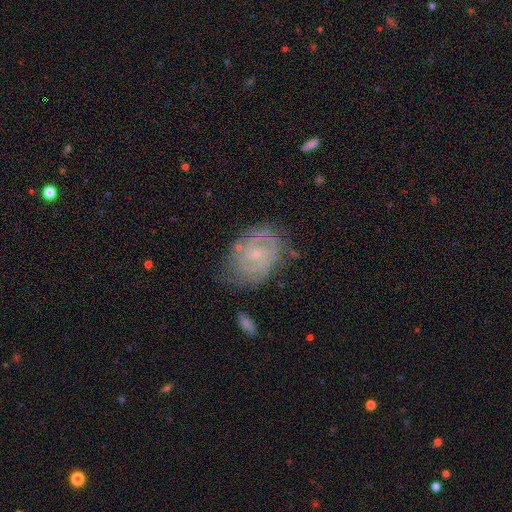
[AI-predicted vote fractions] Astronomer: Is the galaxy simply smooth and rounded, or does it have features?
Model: featured or disk — 86%.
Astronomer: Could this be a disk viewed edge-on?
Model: no — 98%.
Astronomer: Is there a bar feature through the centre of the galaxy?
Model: no — 58% (runner-up: weak, 35%).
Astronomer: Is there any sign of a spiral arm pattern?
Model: yes — 97%.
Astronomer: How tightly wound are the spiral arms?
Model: tight — 69%.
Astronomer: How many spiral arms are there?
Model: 2 — 62%.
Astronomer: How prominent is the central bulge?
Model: small — 80%.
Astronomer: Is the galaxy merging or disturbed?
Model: none — 72%.